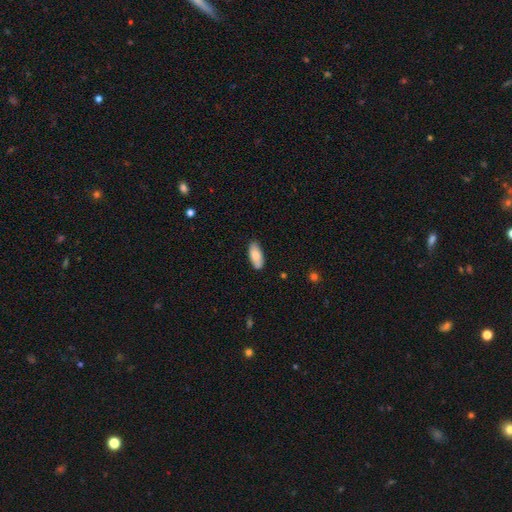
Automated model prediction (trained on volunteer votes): Overall: smooth (80%). How rounded: in between (88%). Merging: none (84%).